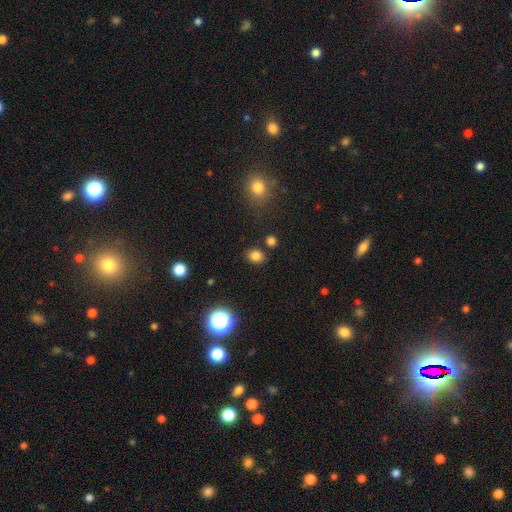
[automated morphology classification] Q: Smooth or featured?
A: smooth (79%); runner-up: star or artifact (15%)
Q: How rounded?
A: round (61%); runner-up: in between (38%)
Q: Merging?
A: none (84%); runner-up: minor disturbance (9%)